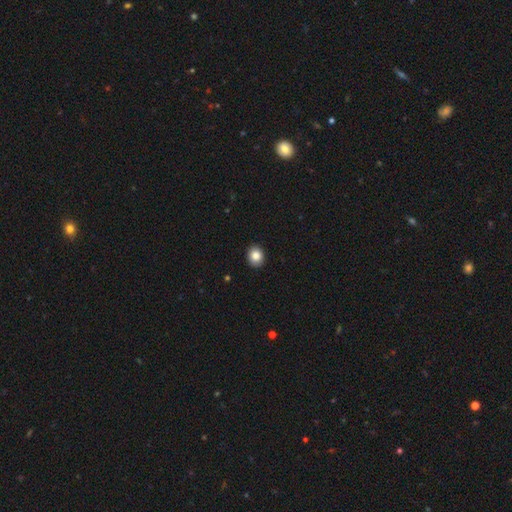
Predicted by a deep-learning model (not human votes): Morphology: type=smooth (85%); roundness=round (63%); merging=none (92%).